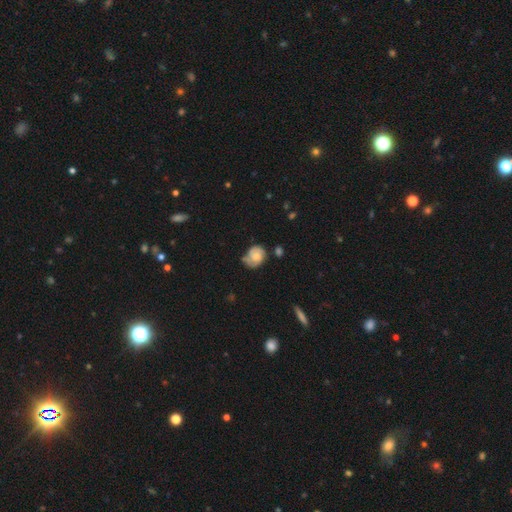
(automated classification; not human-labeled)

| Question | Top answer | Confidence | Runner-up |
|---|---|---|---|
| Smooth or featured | featured or disk | 49% | smooth (44%) |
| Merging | none | 51% | minor disturbance (32%) |